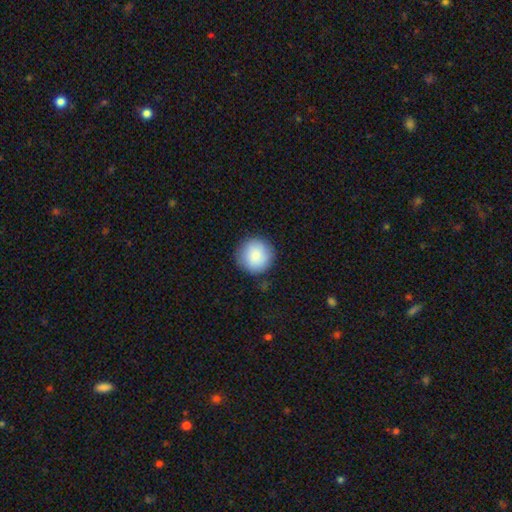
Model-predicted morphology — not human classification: Smooth or featured? Predicted: smooth (p=0.86). How rounded? Predicted: round (p=0.95). Merging? Predicted: none (p=0.88).